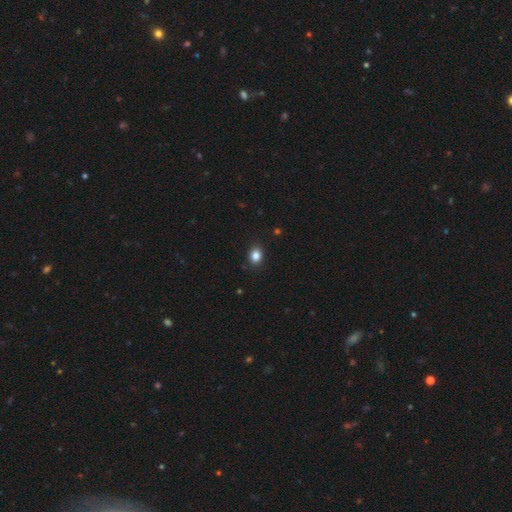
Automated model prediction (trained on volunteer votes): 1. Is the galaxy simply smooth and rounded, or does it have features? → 85% smooth, 11% star or artifact, 4% featured or disk.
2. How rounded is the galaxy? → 51% round, 48% in between, 1% cigar-shaped.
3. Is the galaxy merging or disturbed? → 88% none, 9% minor disturbance, 2% major disturbance, 1% merger.